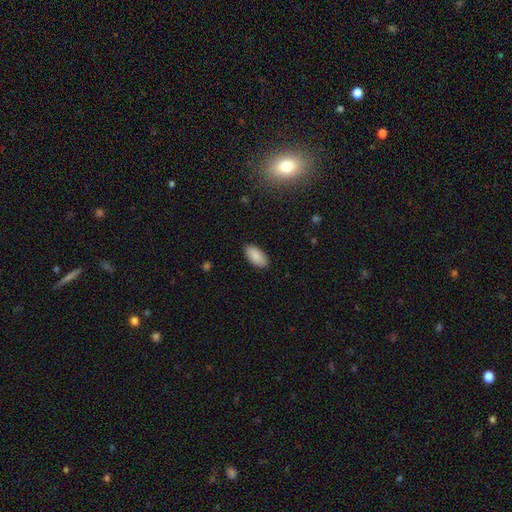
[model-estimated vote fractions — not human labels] Overall: smooth (89%). How rounded: in between (94%). Merging: none (88%).